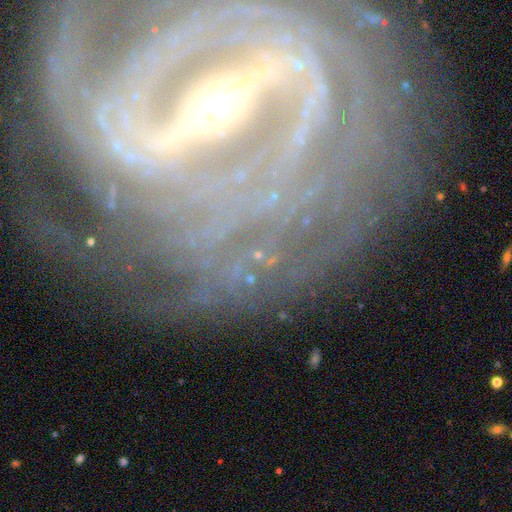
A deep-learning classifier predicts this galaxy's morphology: smooth_or_featured: featured or disk (p=0.75) [alt: star or artifact p=0.16]
disk_edge_on: no (p=0.89) [alt: yes p=0.11]
bar: strong (p=0.50) [alt: no p=0.27]
has_spiral_arms: yes (p=0.84) [alt: no p=0.16]
spiral_winding: tight (p=0.67) [alt: medium p=0.22]
spiral_arm_count: can't tell (p=0.33) [alt: 2 p=0.19]
bulge_size: small (p=0.53) [alt: moderate p=0.33]
merging: none (p=0.70) [alt: minor disturbance p=0.14]